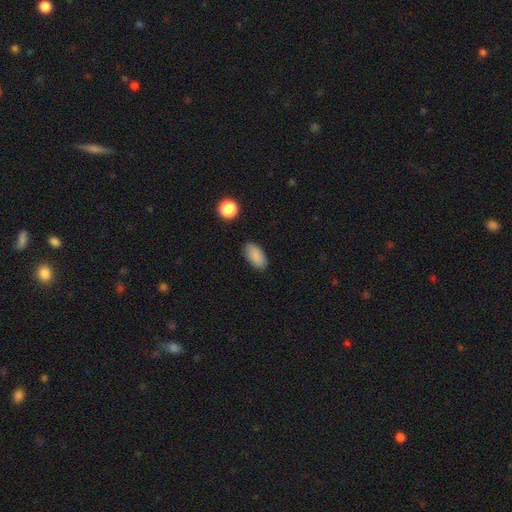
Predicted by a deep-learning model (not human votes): This is clearly a smooth galaxy (89%). How rounded: clearly in between (93%). Merging: clearly none (87%).